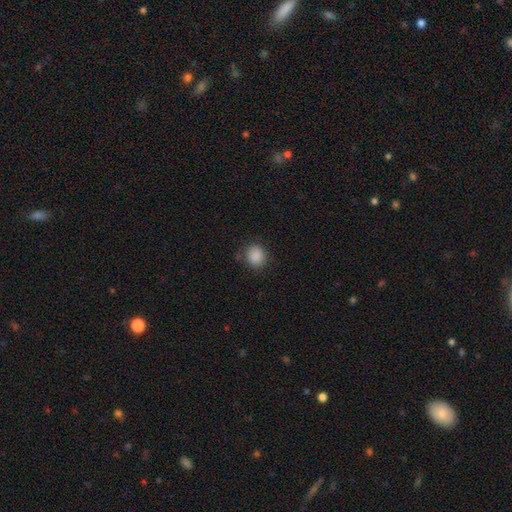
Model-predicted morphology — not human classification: This is clearly a smooth galaxy (87%). How rounded: likely round (76%). Merging: clearly none (81%).